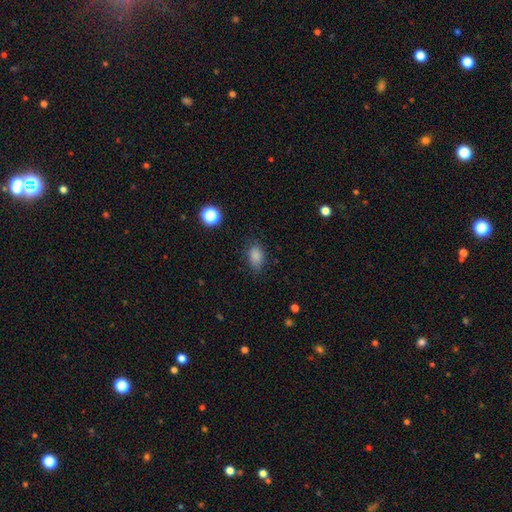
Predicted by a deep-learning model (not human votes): The model was most divided on "merging": none: 76%, minor disturbance: 18%, major disturbance: 5%, merger: 1%. More confident: smooth or featured — smooth (85%); how rounded — in between (83%).